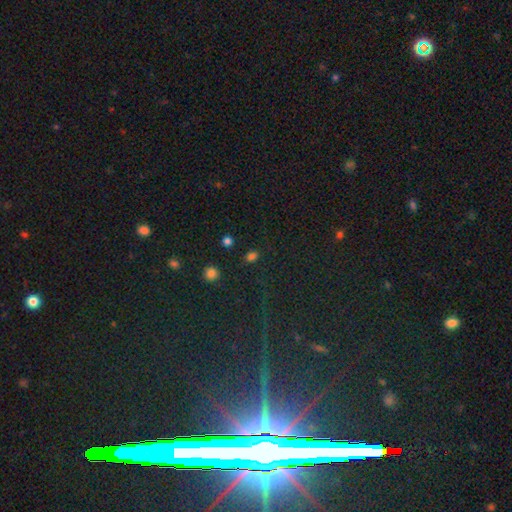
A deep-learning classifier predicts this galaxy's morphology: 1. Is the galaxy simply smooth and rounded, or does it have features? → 76% star or artifact, 12% smooth, 11% featured or disk.